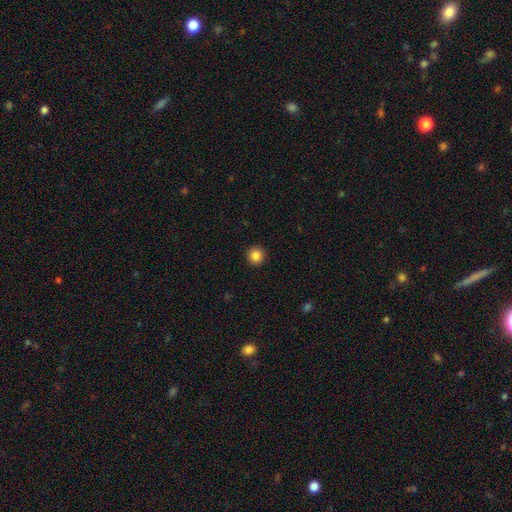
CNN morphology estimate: A smooth galaxy with no disk features (86%) that is round (95%). Merging: none (93%).